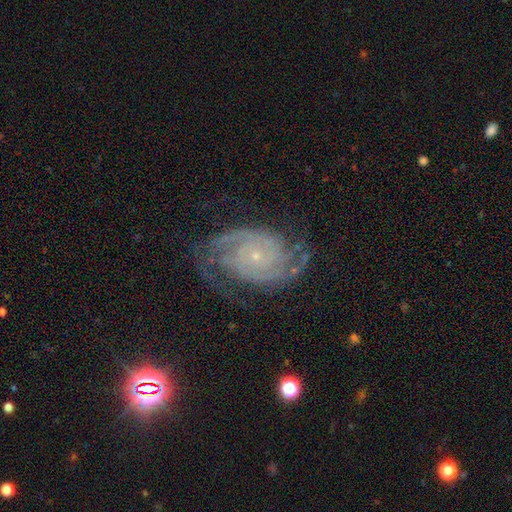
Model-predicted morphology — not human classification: featured or disk 89%, star or artifact 6%, smooth 4%. Down the decision tree: edge-on disk — no (98%); bar — no (77%); spiral arms — yes (98%); spiral arm count — 2 (59%); spiral winding — tight (62%); bulge size — small (86%); merging — none (74%).